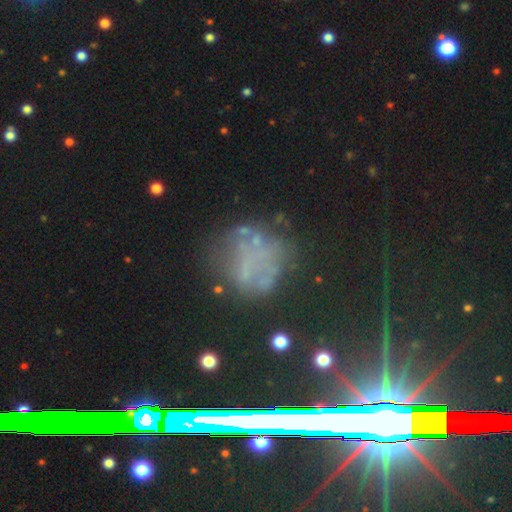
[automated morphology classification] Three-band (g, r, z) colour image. It shows a featured or disk galaxy (36%). Merging: none (57%).